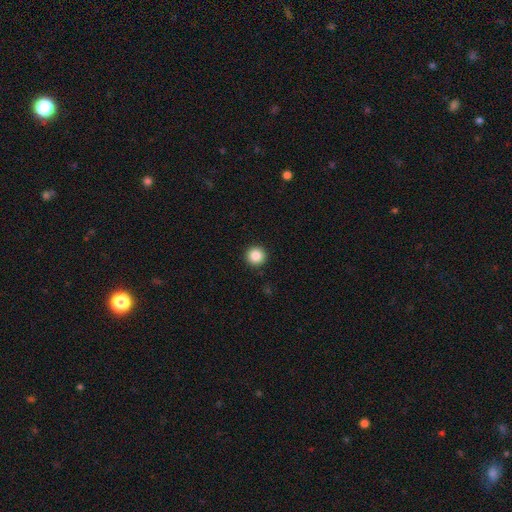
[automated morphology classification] Smooth or featured?
  - smooth: 87% *
  - star or artifact: 10%
  - featured or disk: 4%
How rounded?
  - round: 96% *
  - in between: 3%
  - cigar-shaped: 1%
Merging?
  - none: 93% *
  - minor disturbance: 5%
  - major disturbance: 2%
  - merger: 1%